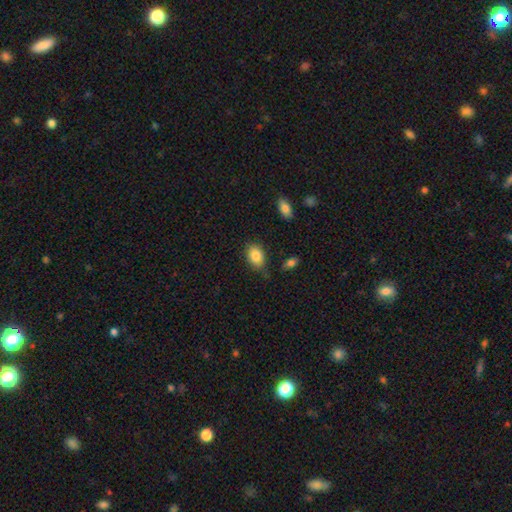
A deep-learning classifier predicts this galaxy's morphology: Smooth or featured? Predicted: smooth (p=0.83). How rounded? Predicted: in between (p=0.79). Merging? Predicted: none (p=0.72).